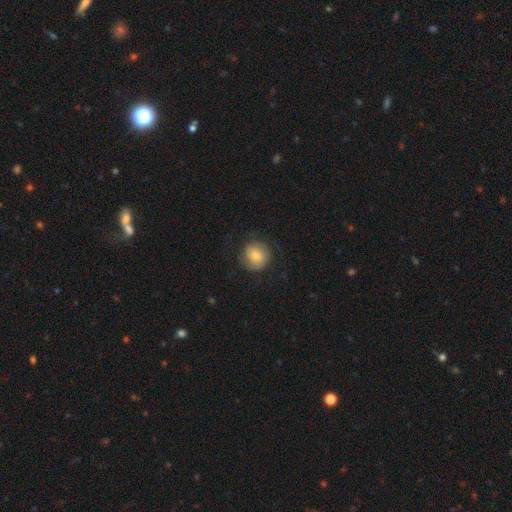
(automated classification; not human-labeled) A smooth galaxy with no disk features (61%) that is round (90%). Merging: none (75%).